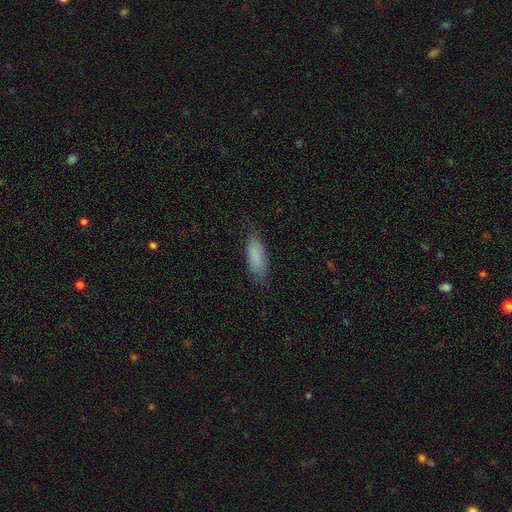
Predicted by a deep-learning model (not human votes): This appears to be a smooth galaxy with no disk features (85%) that is in between round and cigar-shaped (66%). Merging: none (78%).